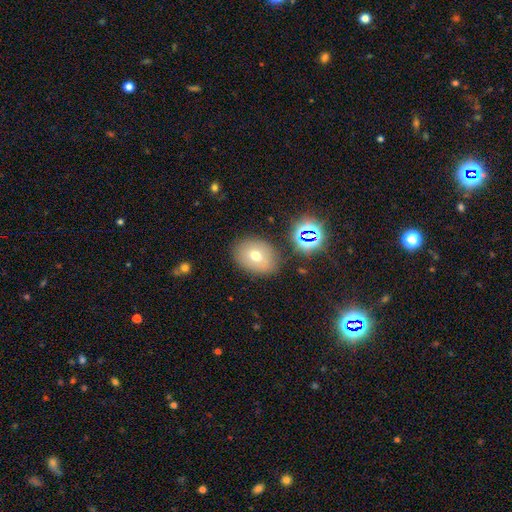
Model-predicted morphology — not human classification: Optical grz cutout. It shows a smooth galaxy with no disk features (66%) that is in between round and cigar-shaped (62%). Merging: none (78%).